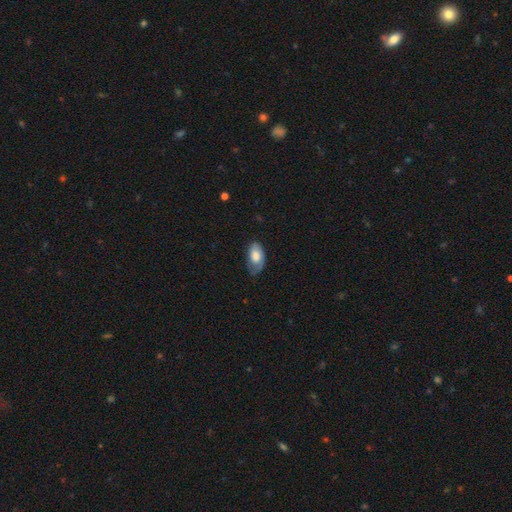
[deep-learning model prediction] Overall: smooth (64%; featured or disk 30%). How rounded: in between (93%). Merging: none (55%; minor disturbance 31%).